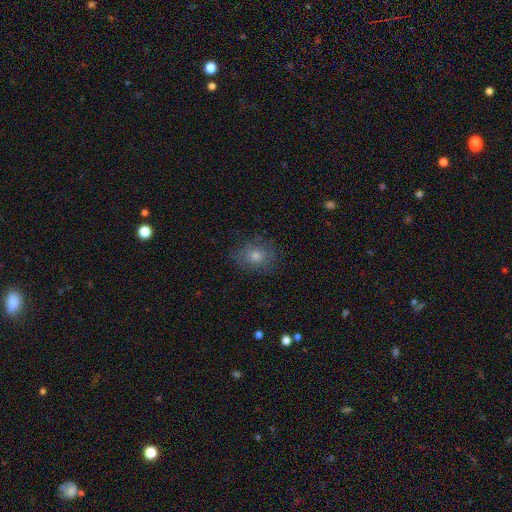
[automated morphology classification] Smooth or featured: smooth — 66% (star or artifact — 18%)
How rounded: round — 55% (in between — 44%)
Merging: none — 80% (minor disturbance — 14%)